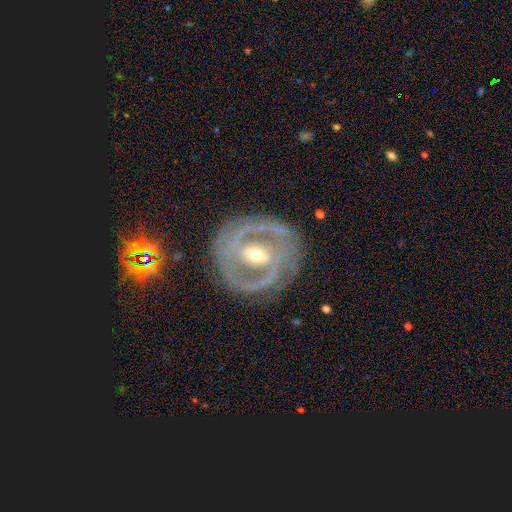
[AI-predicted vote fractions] Morphology: type=featured or disk (89%); edge-on=no (96%); bar=strong (37%); spiral arms=yes (93%); winding=tight (60%); arm count=2 (70%); bulge=moderate (50%); merging=none (80%).